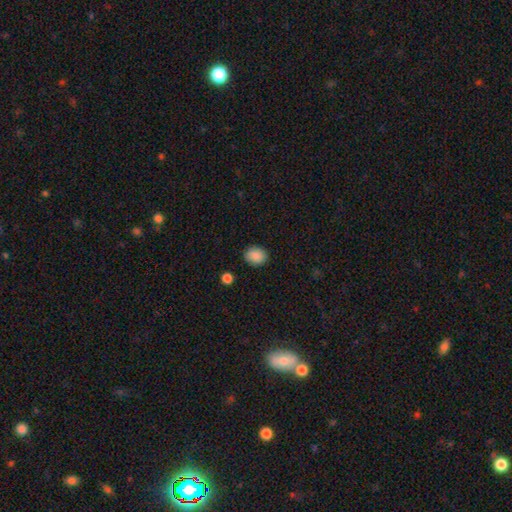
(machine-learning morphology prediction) smooth_or_featured: smooth (p=0.88) [alt: star or artifact p=0.08]
how_rounded: round (p=0.51) [alt: in between p=0.48]
merging: none (p=0.86) [alt: minor disturbance p=0.10]